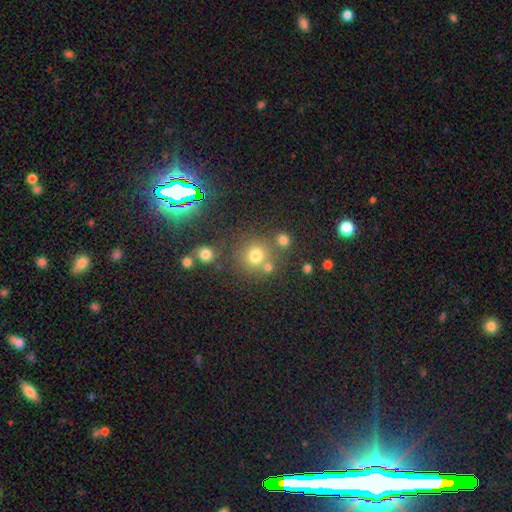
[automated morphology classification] Overall: smooth (73%). How rounded: round (90%). Merging: none (71%).